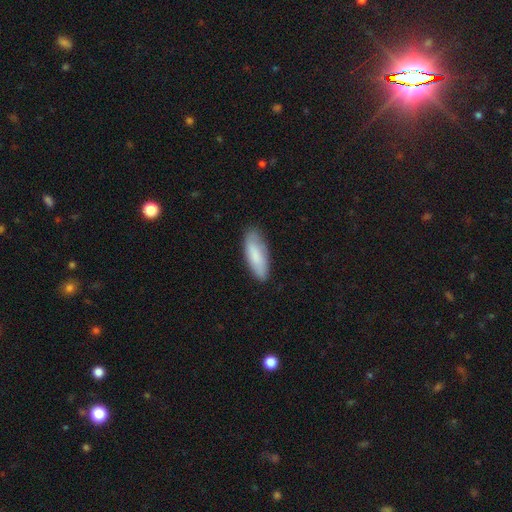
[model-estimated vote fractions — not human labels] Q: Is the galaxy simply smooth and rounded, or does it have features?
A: smooth — 82%.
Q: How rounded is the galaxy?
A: in between — 64%.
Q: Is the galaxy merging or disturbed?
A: none — 82%.